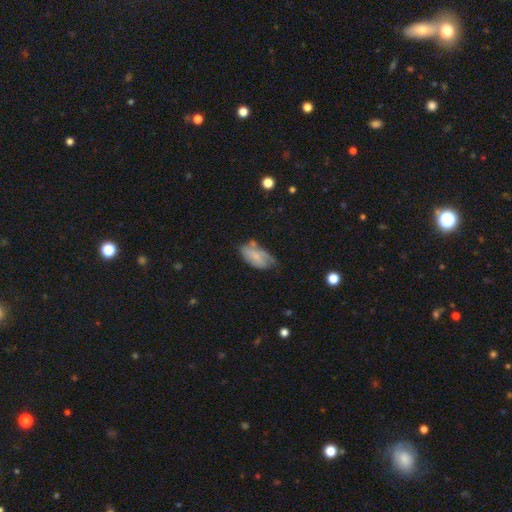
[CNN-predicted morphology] A smooth galaxy with no disk features (58%) that is in between round and cigar-shaped (92%).

Vote fractions:
- Smooth or featured? smooth: 58% / featured or disk: 34% / star or artifact: 7%
- How rounded? in between: 92% / cigar-shaped: 4% / round: 4%
- Merging? none: 40% / minor disturbance: 36% / major disturbance: 17% / merger: 6%